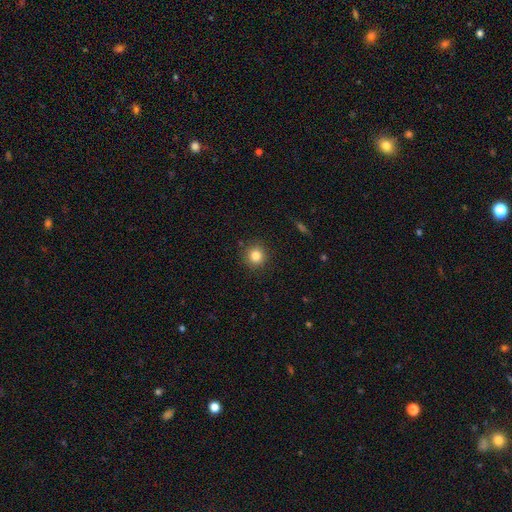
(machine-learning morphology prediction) Q: Smooth or featured?
A: smooth (83%); runner-up: star or artifact (11%)
Q: How rounded?
A: round (92%); runner-up: in between (7%)
Q: Merging?
A: none (90%); runner-up: minor disturbance (7%)